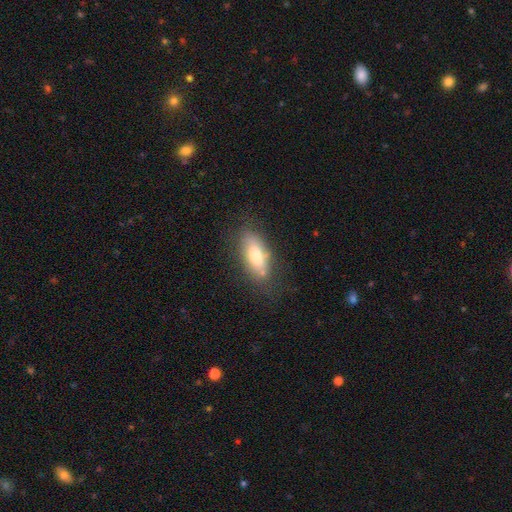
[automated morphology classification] A smooth galaxy with no disk features (70%) that is in between round and cigar-shaped (81%). Merging: none (69%).